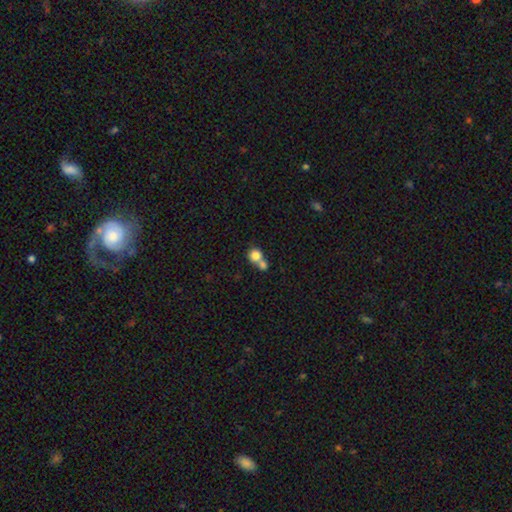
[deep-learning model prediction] Smooth or featured? smooth (80%)
How rounded? round (85%)
Merging? merger (59%)